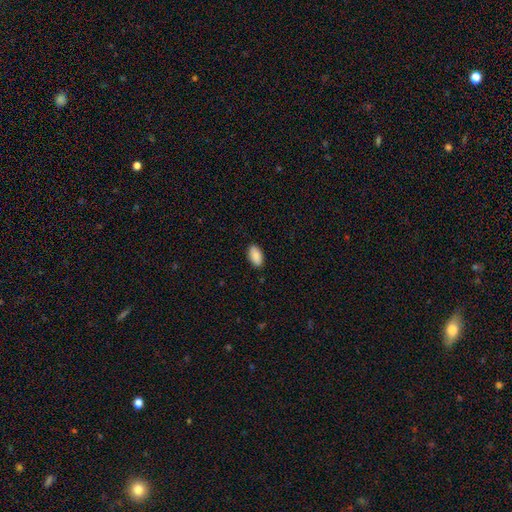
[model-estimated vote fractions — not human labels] smooth-or-featured: smooth: 90% | star or artifact: 6% | featured or disk: 4%
  how-rounded: in between: 94% | cigar-shaped: 4% | round: 2%
  merging: none: 89% | minor disturbance: 8% | major disturbance: 2% | merger: 1%